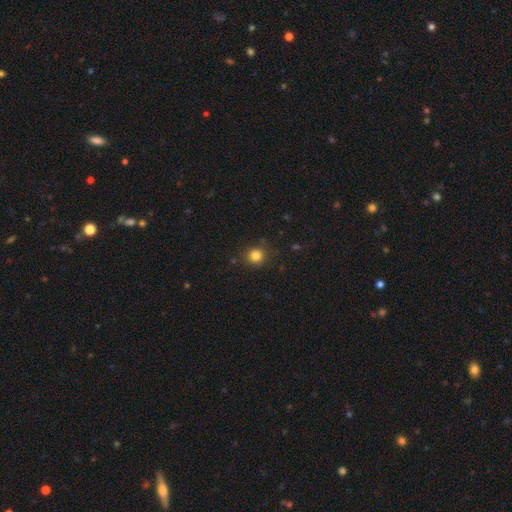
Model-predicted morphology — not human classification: type=smooth (82%); roundness=round (90%); merging=none (86%).